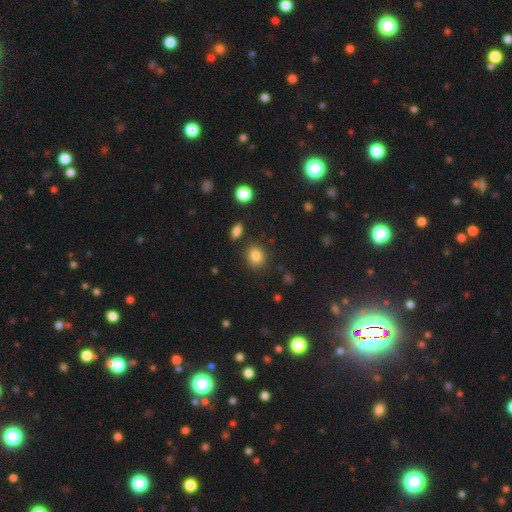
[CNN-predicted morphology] This is clearly a smooth galaxy (84%). How rounded: likely round (61%). Merging: clearly none (82%).